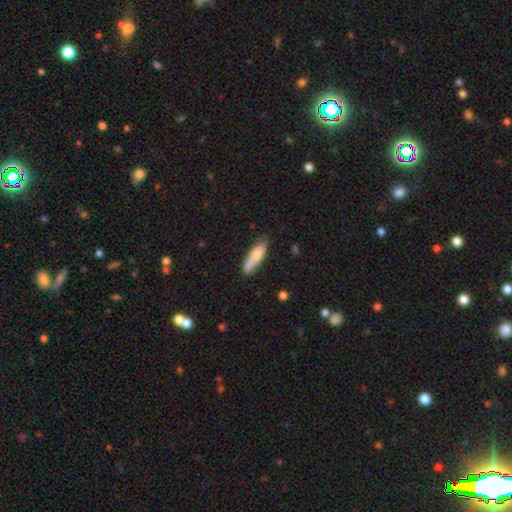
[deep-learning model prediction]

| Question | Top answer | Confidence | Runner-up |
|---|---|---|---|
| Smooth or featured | smooth | 80% | featured or disk (14%) |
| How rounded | cigar-shaped | 56% | in between (42%) |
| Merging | none | 63% | minor disturbance (25%) |